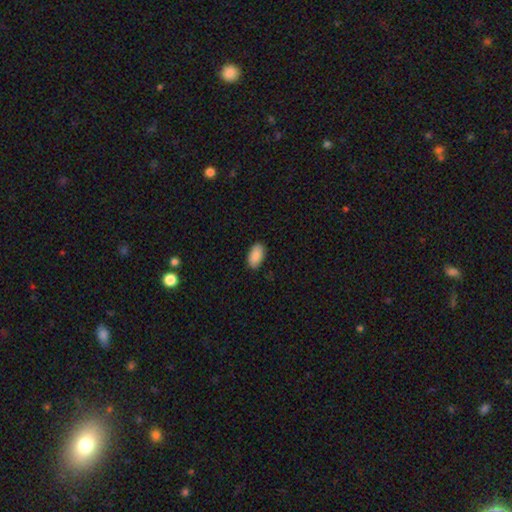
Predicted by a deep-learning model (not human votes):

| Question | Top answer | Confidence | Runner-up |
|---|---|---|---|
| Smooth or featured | smooth | 89% | star or artifact (7%) |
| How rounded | in between | 94% | round (4%) |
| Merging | none | 87% | minor disturbance (10%) |